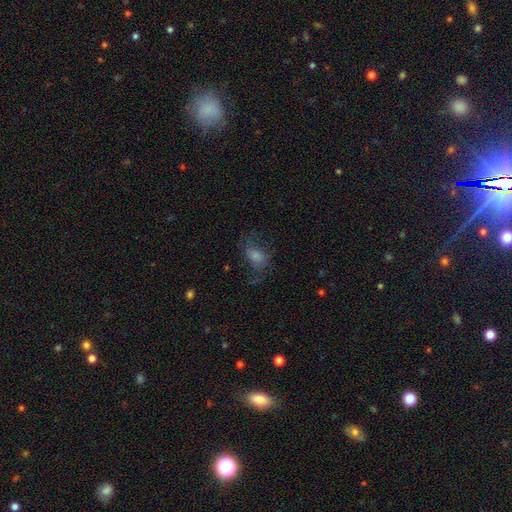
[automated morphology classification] Smooth or featured? smooth (61%)
How rounded? in between (79%)
Merging? none (45%)